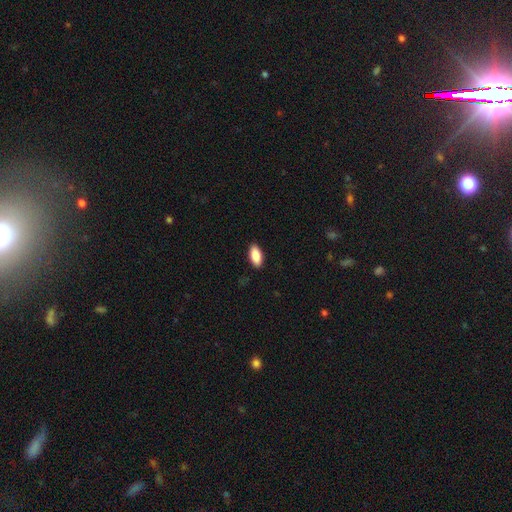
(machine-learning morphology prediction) Overall: smooth (88%). How rounded: in between (89%). Merging: none (89%).